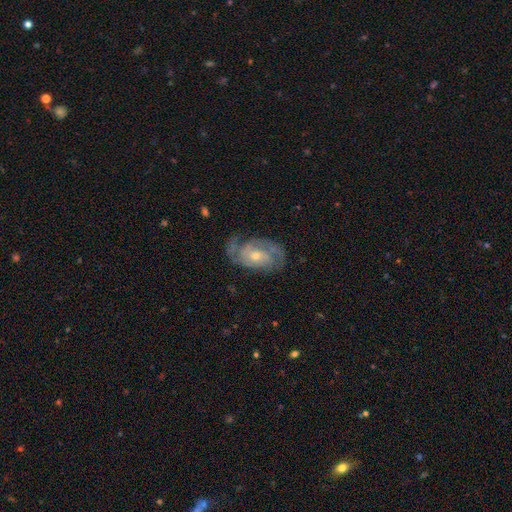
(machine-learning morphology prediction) Smooth or featured? featured or disk (85%)
Edge-on disk? no (96%)
Bar? no (64%)
Spiral arms? yes (95%)
Spiral winding? tight (54%)
Spiral arm count? 2 (55%)
Bulge size? small (49%)
Merging? none (69%)